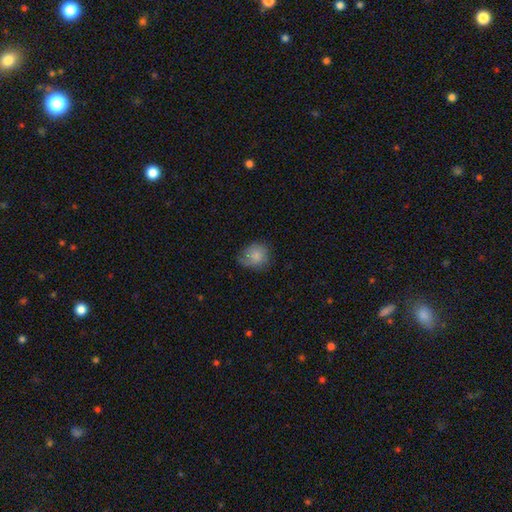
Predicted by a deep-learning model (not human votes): Smooth or featured? smooth (82%)
How rounded? round (76%)
Merging? none (60%)